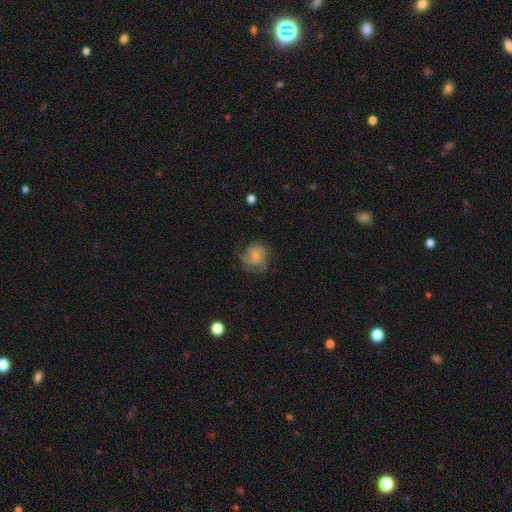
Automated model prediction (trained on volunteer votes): smooth-or-featured: featured or disk: 62% | smooth: 29% | star or artifact: 8%
  disk-edge-on: no: 98% | yes: 2%
    bar: no: 63% | weak: 32% | strong: 5%
    has-spiral-arms: yes: 88% | no: 12%
      spiral-winding: medium: 44% | tight: 37% | loose: 18%
      spiral-arm-count: 2: 28% | can't tell: 27% | 3: 27% | 1: 8% | 4: 6% | more than 4: 4%
    bulge-size: small: 50% | moderate: 26% | none: 19% | large: 4% | dominant: 1%
  merging: none: 59% | minor disturbance: 22% | major disturbance: 18% | merger: 1%